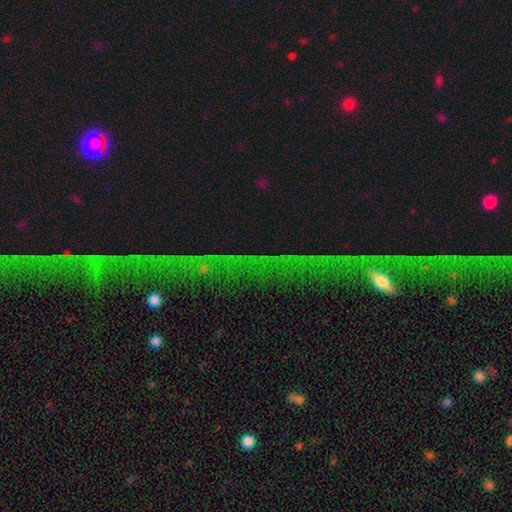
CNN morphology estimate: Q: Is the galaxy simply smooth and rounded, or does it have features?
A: star or artifact — 71%.